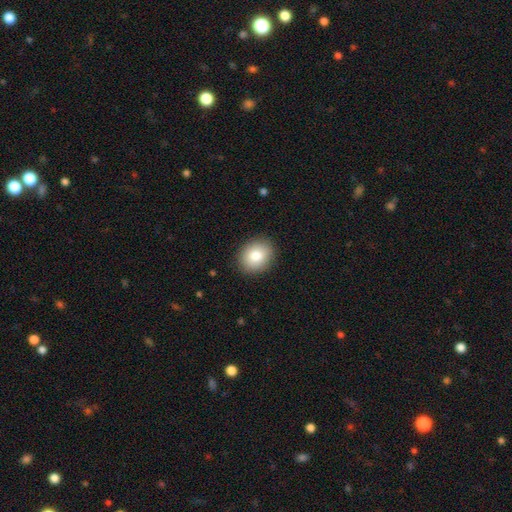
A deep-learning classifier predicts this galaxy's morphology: The model was most divided on "how rounded": round: 56%, in between: 43%, cigar-shaped: 1%. More confident: merging — none (89%); smooth or featured — smooth (83%).